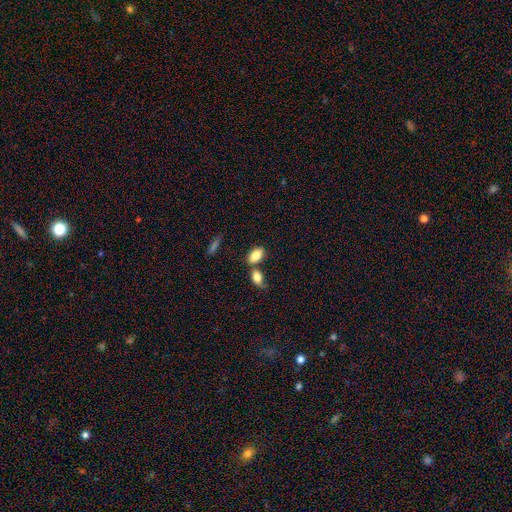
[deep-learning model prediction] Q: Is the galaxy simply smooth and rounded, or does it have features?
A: smooth — 83%.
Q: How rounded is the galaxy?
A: in between — 90%.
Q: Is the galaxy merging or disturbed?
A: none — 53%.